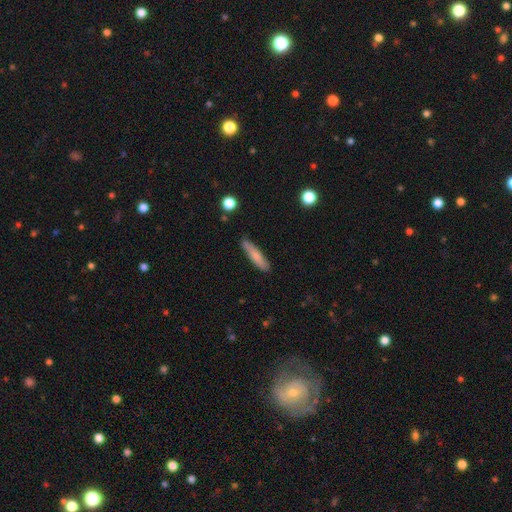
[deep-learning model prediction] Smooth or featured: smooth — 73% (featured or disk — 21%)
How rounded: cigar-shaped — 85% (in between — 13%)
Merging: none — 82% (minor disturbance — 14%)